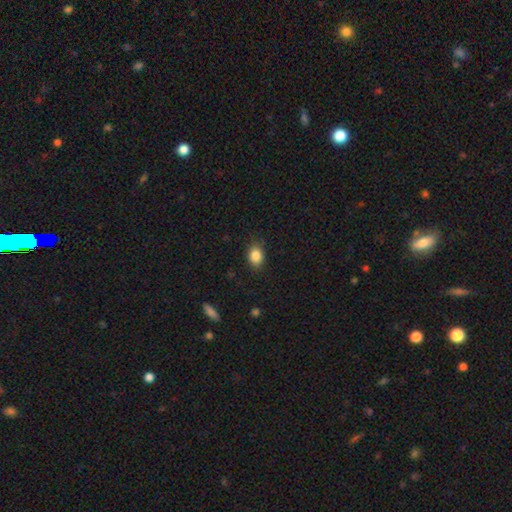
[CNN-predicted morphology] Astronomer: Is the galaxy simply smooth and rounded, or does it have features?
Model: smooth — 86%.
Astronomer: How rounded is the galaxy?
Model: in between — 62%.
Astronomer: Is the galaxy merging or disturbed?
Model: none — 81%.